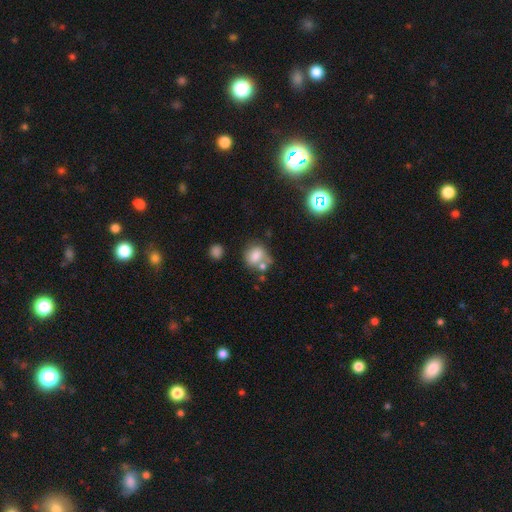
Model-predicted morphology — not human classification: Smooth or featured? Predicted: smooth (p=0.74). How rounded? Predicted: round (p=0.65). Merging? Predicted: none (p=0.44).